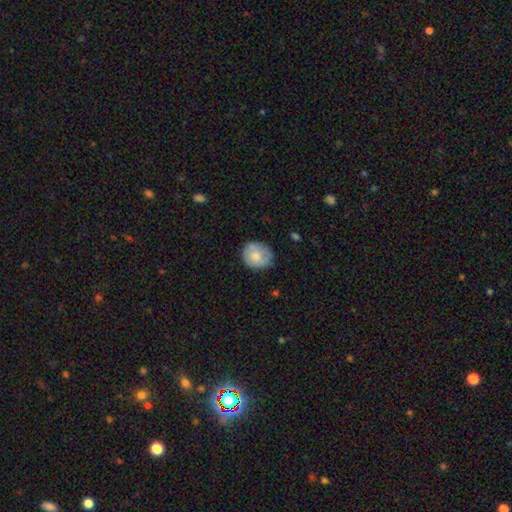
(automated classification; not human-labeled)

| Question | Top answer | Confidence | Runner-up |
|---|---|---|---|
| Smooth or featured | smooth | 70% | featured or disk (24%) |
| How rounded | round | 72% | in between (27%) |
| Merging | none | 72% | minor disturbance (22%) |